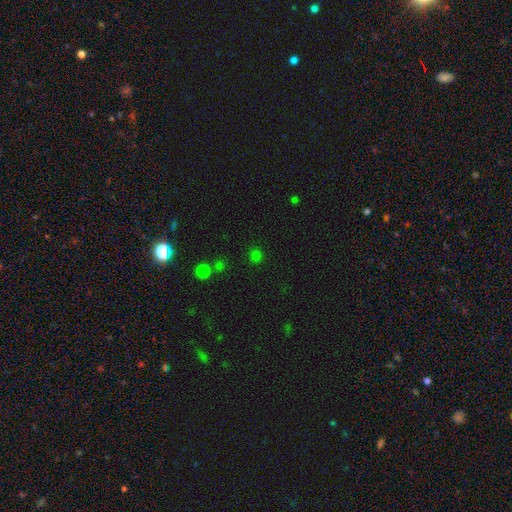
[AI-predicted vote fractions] A smooth galaxy with no disk features (70%) that is round (87%). Merging: none (83%).